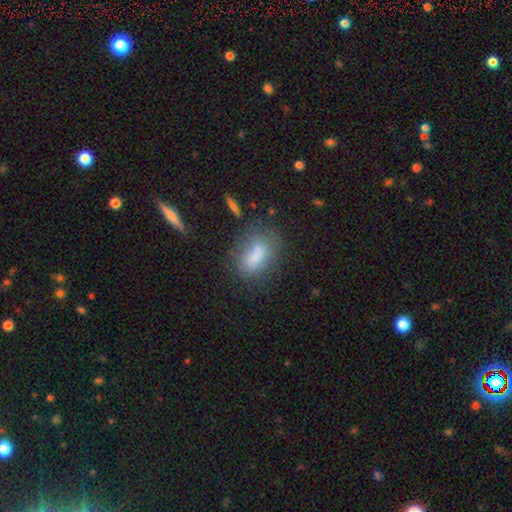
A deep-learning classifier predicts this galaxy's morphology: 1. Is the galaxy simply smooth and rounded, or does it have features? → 73% smooth, 16% featured or disk, 10% star or artifact.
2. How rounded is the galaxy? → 79% in between, 12% round, 9% cigar-shaped.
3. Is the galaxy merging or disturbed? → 52% none, 22% minor disturbance, 13% merger, 13% major disturbance.